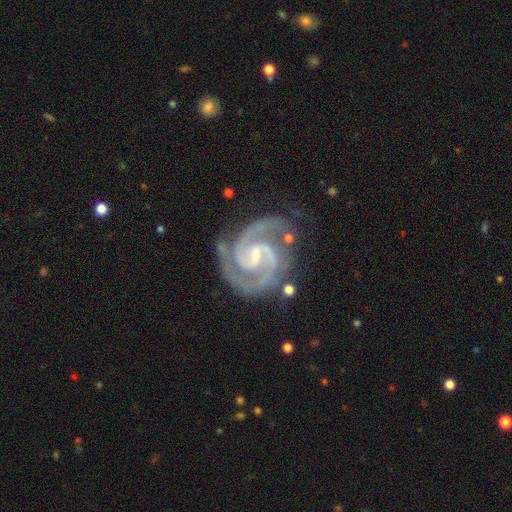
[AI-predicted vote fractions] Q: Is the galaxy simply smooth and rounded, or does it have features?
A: featured or disk — 94%.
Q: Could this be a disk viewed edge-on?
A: no — 98%.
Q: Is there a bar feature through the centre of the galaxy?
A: weak — 52%.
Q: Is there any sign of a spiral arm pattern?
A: yes — 99%.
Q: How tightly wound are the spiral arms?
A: tight — 52%.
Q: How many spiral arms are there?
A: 2 — 88%.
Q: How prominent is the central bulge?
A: small — 62%.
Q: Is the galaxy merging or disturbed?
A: none — 72%.